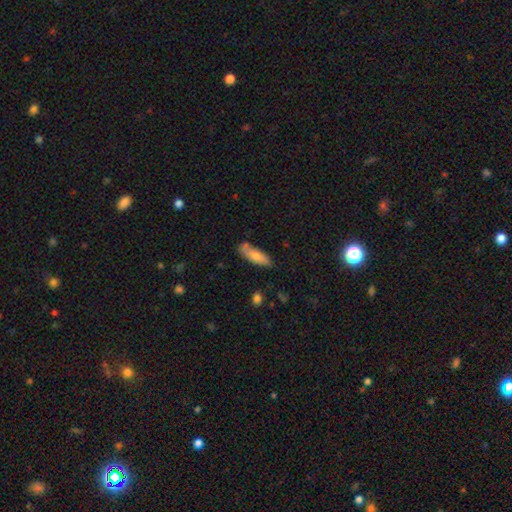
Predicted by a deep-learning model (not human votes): Smooth or featured? Predicted: smooth (p=0.77). How rounded? Predicted: in between (p=0.59). Merging? Predicted: none (p=0.70).